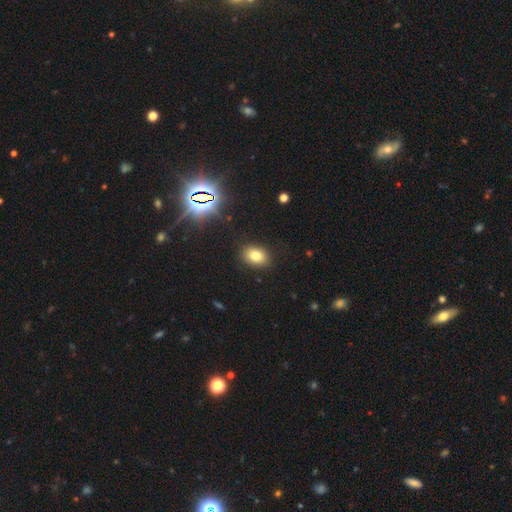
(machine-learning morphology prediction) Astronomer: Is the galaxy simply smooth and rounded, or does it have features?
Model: smooth — 77%.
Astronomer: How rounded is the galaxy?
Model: in between — 73%.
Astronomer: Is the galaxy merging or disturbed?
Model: none — 87%.